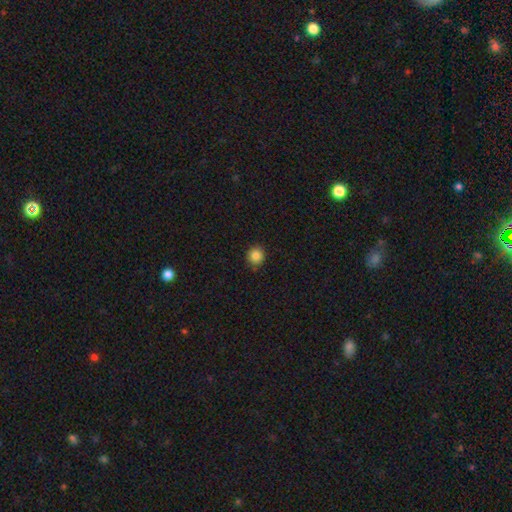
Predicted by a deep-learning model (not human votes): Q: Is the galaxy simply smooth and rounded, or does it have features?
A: smooth — 86%.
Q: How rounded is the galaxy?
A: round — 87%.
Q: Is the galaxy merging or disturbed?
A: none — 86%.